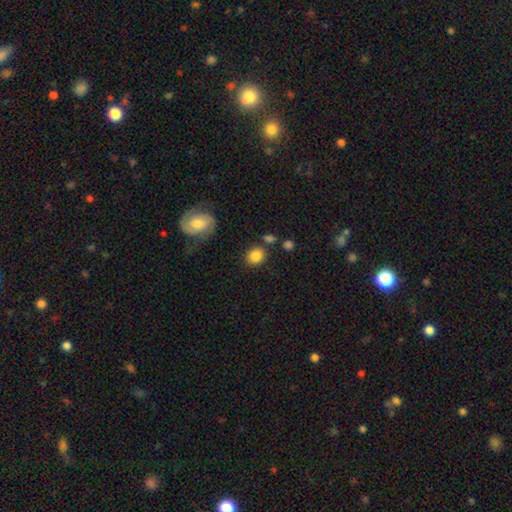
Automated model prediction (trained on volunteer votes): Morphology: type=smooth (85%); roundness=round (65%); merging=none (78%).